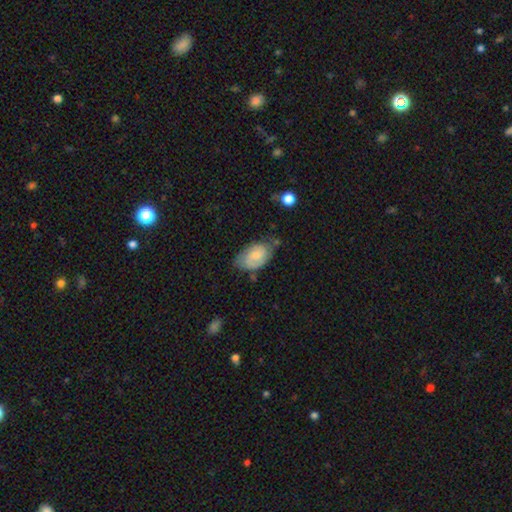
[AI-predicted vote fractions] This appears to be a featured or disk galaxy (53%) with no bar (50%), spiral arms (84%) and a small central bulge (54%). Merging: none (57%).